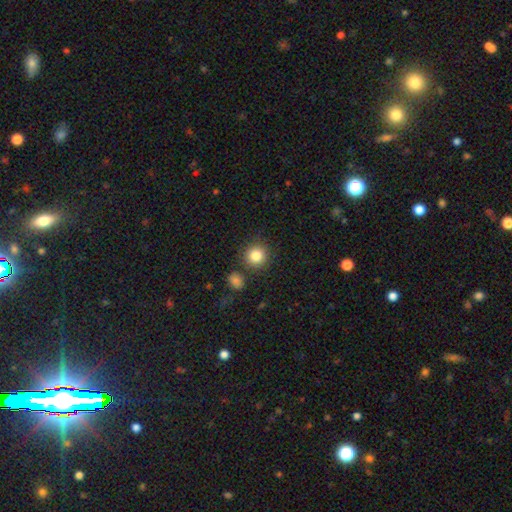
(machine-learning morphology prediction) Overall: smooth (84%). How rounded: round (92%). Merging: none (84%).